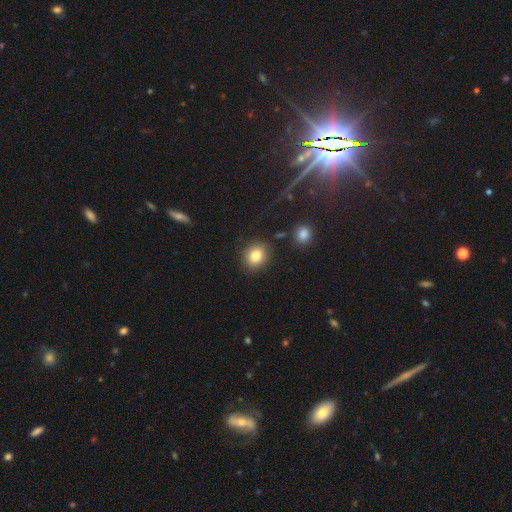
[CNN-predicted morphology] Smooth or featured? smooth (83%)
How rounded? round (62%)
Merging? none (86%)